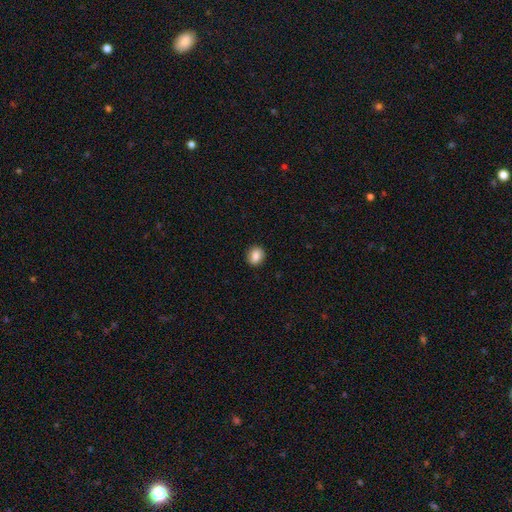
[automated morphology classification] A smooth galaxy with no disk features (83%) that is round (75%). Merging: none (90%).